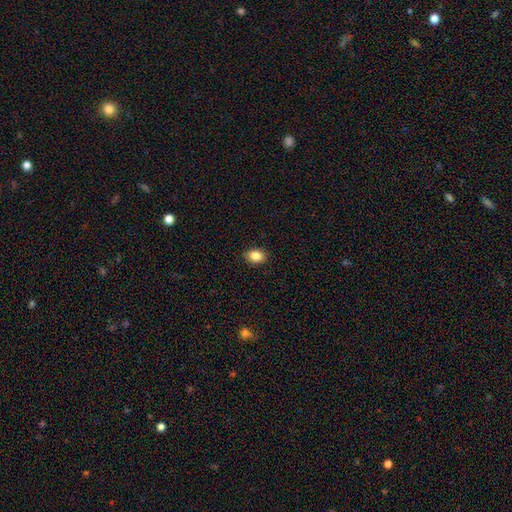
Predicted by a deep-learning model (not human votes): Smooth or featured?
  - smooth: 85% *
  - star or artifact: 9%
  - featured or disk: 6%
How rounded?
  - in between: 65% *
  - round: 34%
  - cigar-shaped: 1%
Merging?
  - none: 87% *
  - minor disturbance: 10%
  - major disturbance: 2%
  - merger: 1%